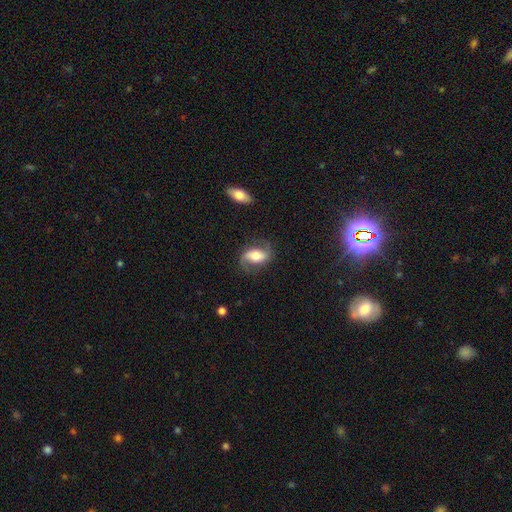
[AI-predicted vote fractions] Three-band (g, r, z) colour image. It shows a featured or disk galaxy (66%) with no bar (36%), 2 (91%) loose (56%) spiral arms (90%) and a moderate central bulge (57%). Merging: none (74%).